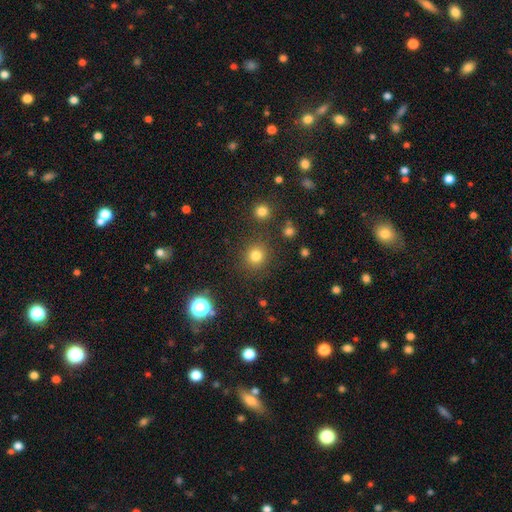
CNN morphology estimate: A smooth galaxy with no disk features (79%) that is round (92%). Merging: none (87%).